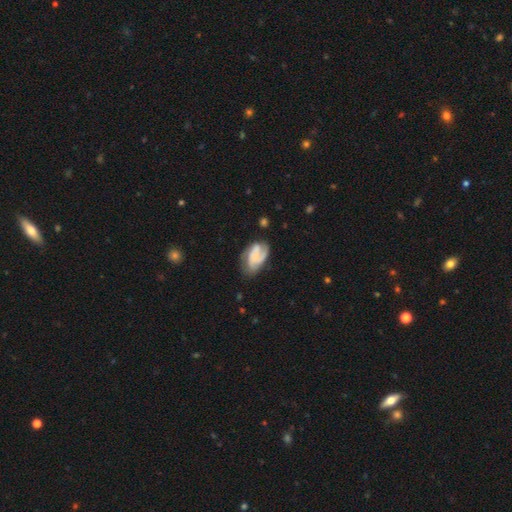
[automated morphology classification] A featured or disk galaxy (65%) with no bar (62%), 2 (47%) tight (42%) spiral arms (89%) and a small central bulge (47%).

Vote fractions:
- Smooth or featured? featured or disk: 65% / smooth: 28% / star or artifact: 7%
- Edge-on disk? no: 97% / yes: 3%
- Bar? no: 62% / weak: 30% / strong: 8%
- Spiral arms? yes: 89% / no: 11%
- Spiral winding? tight: 42% / medium: 41% / loose: 18%
- Spiral arm count? 2: 47% / can't tell: 20% / 3: 15% / 1: 13% / 4: 3% / more than 4: 2%
- Bulge size? small: 47% / none: 31% / moderate: 17% / large: 3% / dominant: 1%
- Merging? none: 53% / minor disturbance: 27% / major disturbance: 16% / merger: 3%